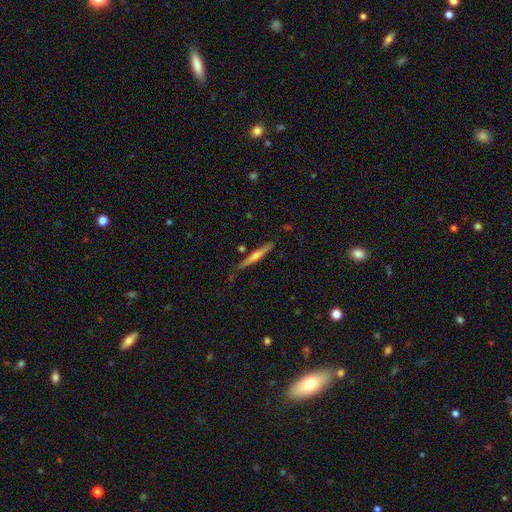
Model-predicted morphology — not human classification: Q: Smooth or featured?
A: featured or disk (66%); runner-up: smooth (27%)
Q: Edge-on disk?
A: yes (97%); runner-up: no (3%)
Q: Edge-on bulge?
A: rounded (74%); runner-up: none (21%)
Q: Merging?
A: none (80%); runner-up: minor disturbance (15%)